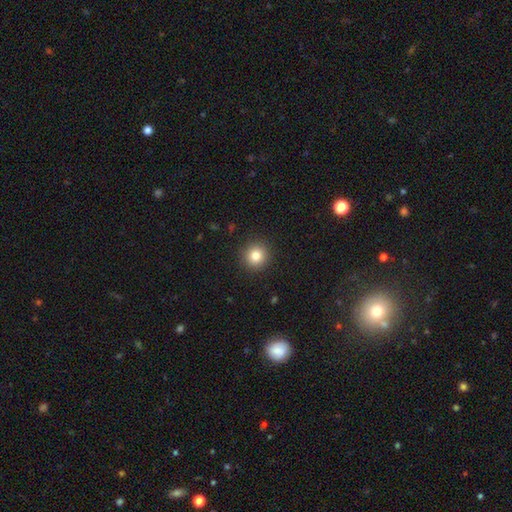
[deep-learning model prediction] Smooth or featured?
  - smooth: 82% *
  - star or artifact: 11%
  - featured or disk: 7%
How rounded?
  - round: 93% *
  - in between: 6%
  - cigar-shaped: 1%
Merging?
  - none: 91% *
  - minor disturbance: 6%
  - major disturbance: 2%
  - merger: 1%